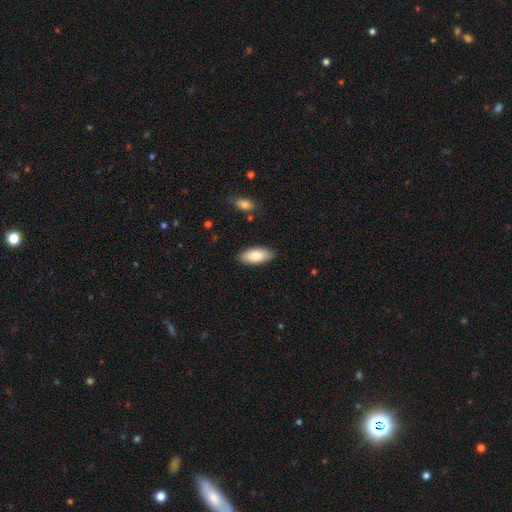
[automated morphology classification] smooth 85%, featured or disk 10%, star or artifact 6%. Down the decision tree: how rounded — in between (90%); merging — none (87%).